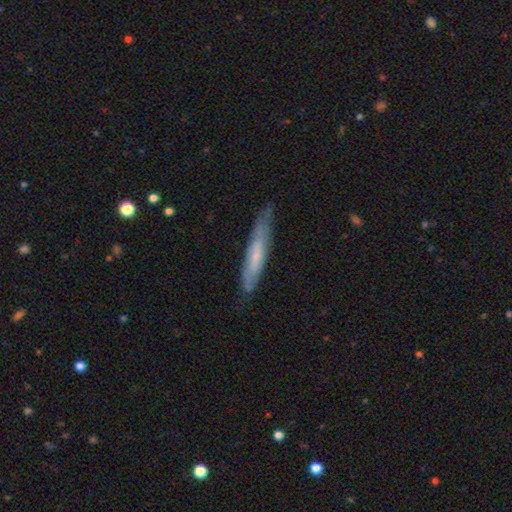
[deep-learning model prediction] Smooth or featured?
  - featured or disk: 48% *
  - smooth: 46%
  - star or artifact: 6%
Merging?
  - none: 75% *
  - minor disturbance: 19%
  - major disturbance: 4%
  - merger: 1%